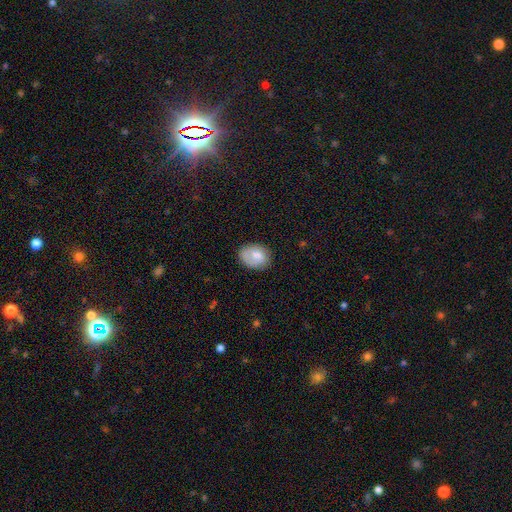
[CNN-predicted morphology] Q: Smooth or featured?
A: smooth (73%); runner-up: featured or disk (20%)
Q: How rounded?
A: in between (66%); runner-up: round (33%)
Q: Merging?
A: none (66%); runner-up: minor disturbance (24%)